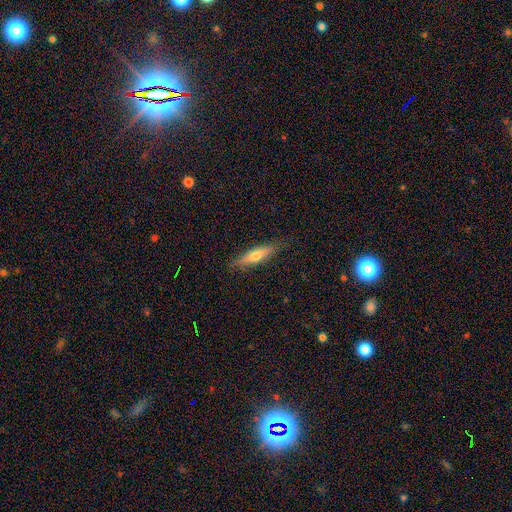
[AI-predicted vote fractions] Smooth or featured? smooth (57%)
How rounded? cigar-shaped (74%)
Merging? none (85%)